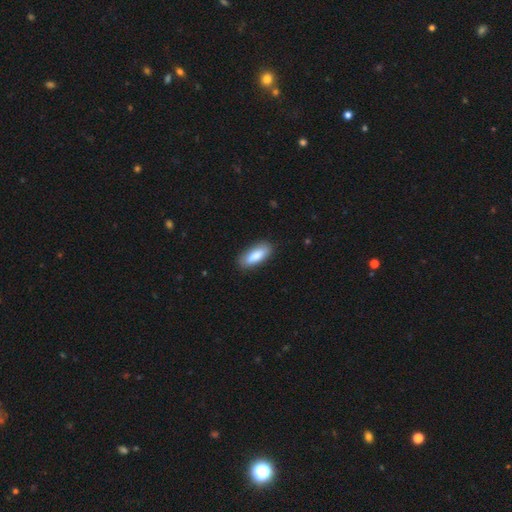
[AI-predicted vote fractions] smooth_or_featured: smooth (p=0.85) [alt: featured or disk p=0.09]
how_rounded: in between (p=0.76) [alt: cigar-shaped p=0.22]
merging: none (p=0.86) [alt: minor disturbance p=0.11]